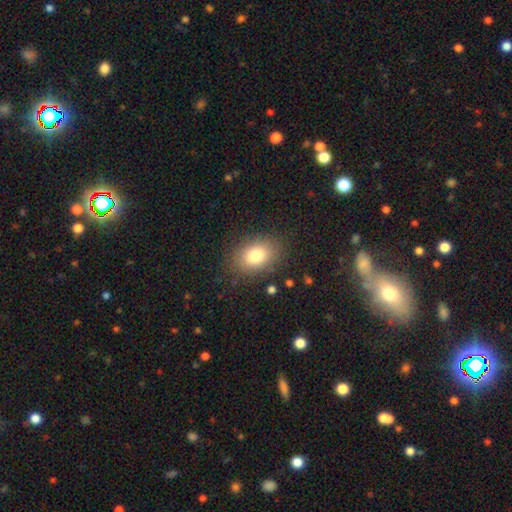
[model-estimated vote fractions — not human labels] smooth_or_featured: smooth (p=0.80) [alt: featured or disk p=0.11]
how_rounded: in between (p=0.73) [alt: round p=0.26]
merging: none (p=0.84) [alt: minor disturbance p=0.11]